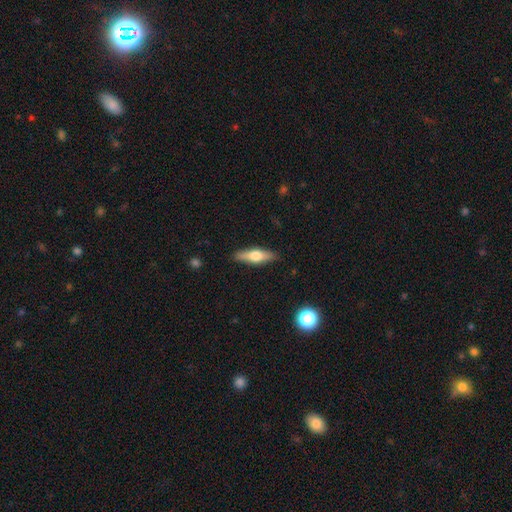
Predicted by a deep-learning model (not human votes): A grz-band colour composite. It shows a smooth galaxy with no disk features (49%). Merging: none (88%).